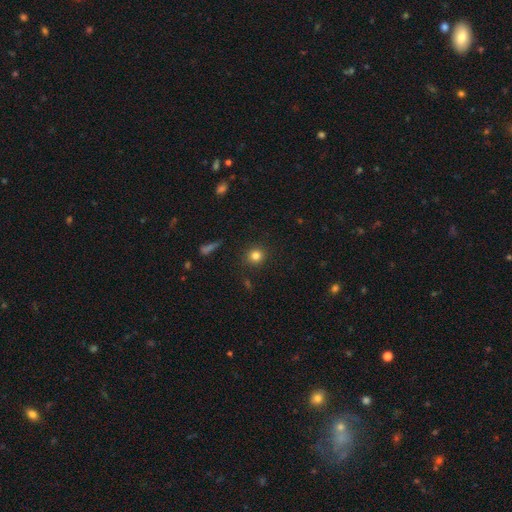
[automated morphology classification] This is clearly a smooth galaxy (82%). How rounded: clearly round (91%). Merging: clearly none (90%).